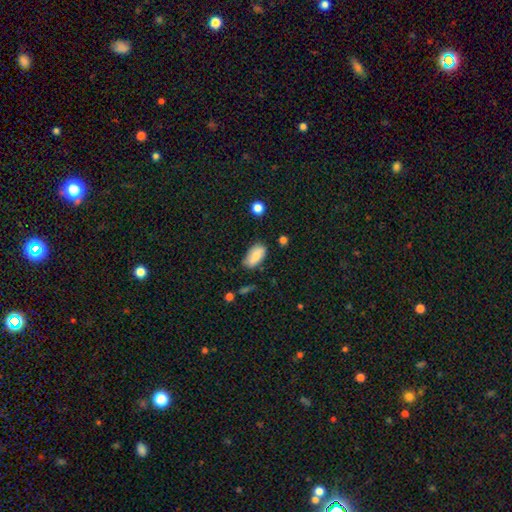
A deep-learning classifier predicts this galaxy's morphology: A smooth galaxy with no disk features (78%) that is in between round and cigar-shaped (93%).

Vote fractions:
- Smooth or featured? smooth: 78% / featured or disk: 14% / star or artifact: 7%
- How rounded? in between: 93% / cigar-shaped: 4% / round: 3%
- Merging? none: 72% / minor disturbance: 21% / major disturbance: 4% / merger: 3%